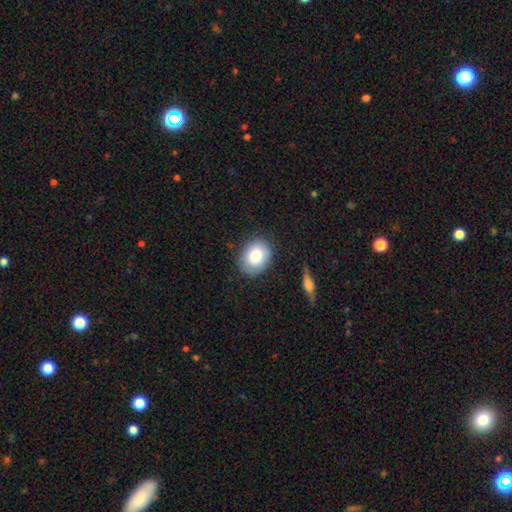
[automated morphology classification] This is clearly a smooth galaxy (80%). How rounded: possibly in between (55%). Merging: clearly none (84%).